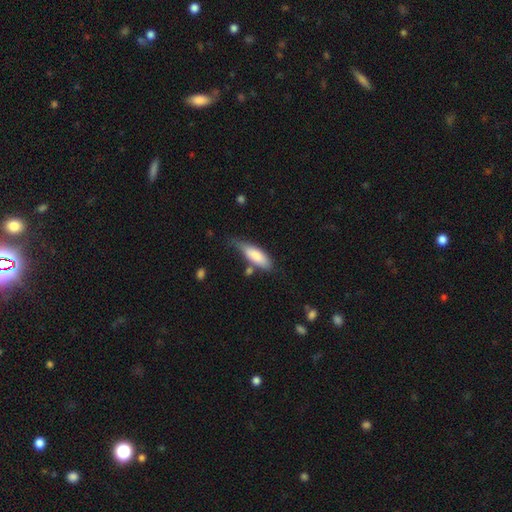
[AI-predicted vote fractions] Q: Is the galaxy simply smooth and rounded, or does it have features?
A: smooth — 77%.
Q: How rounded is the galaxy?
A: in between — 57%.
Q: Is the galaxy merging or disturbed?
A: none — 47%.